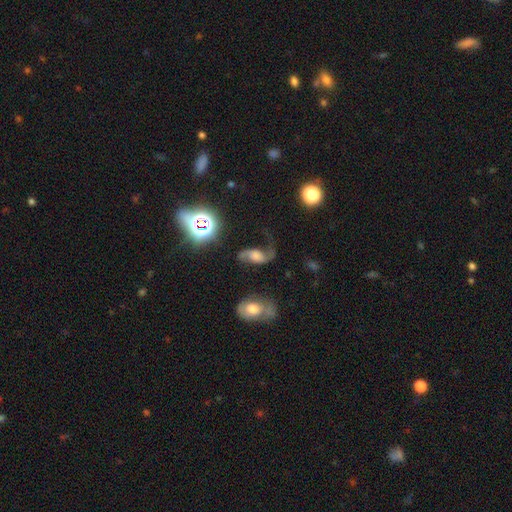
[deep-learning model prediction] The model was most divided on "bulge size": none: 28%, moderate: 25%, large: 24%, small: 16%, dominant: 7%. More confident: edge-on disk — no (96%); spiral arms — yes (93%); spiral arm count — 2 (88%); spiral winding — loose (78%); smooth or featured — featured or disk (74%); bar — no (57%); merging — none (54%).